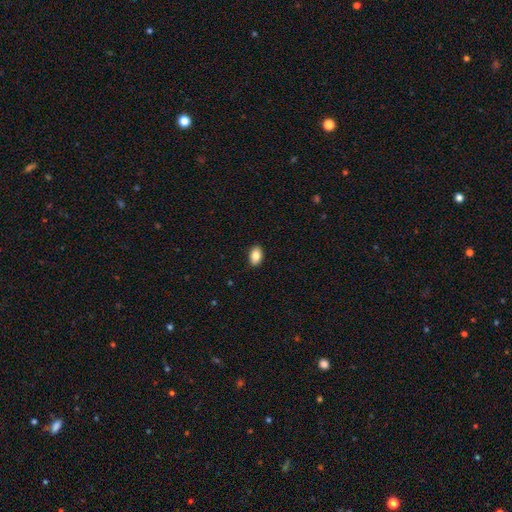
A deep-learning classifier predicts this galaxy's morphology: Smooth or featured?
  - smooth: 85% *
  - star or artifact: 8%
  - featured or disk: 7%
How rounded?
  - in between: 89% *
  - round: 9%
  - cigar-shaped: 1%
Merging?
  - none: 89% *
  - minor disturbance: 8%
  - major disturbance: 2%
  - merger: 1%